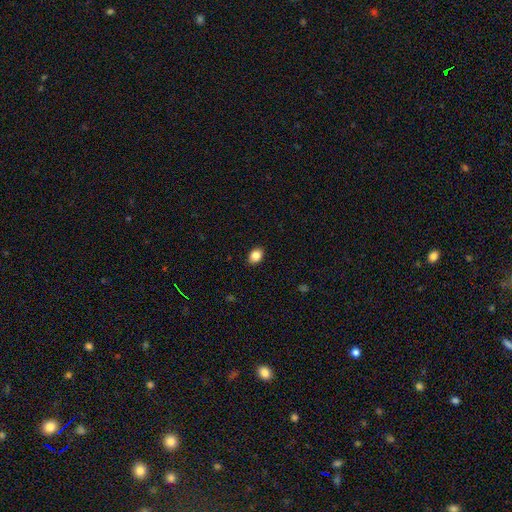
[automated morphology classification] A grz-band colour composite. It shows a smooth galaxy with no disk features (85%) that is in between round and cigar-shaped (68%). Merging: none (90%).